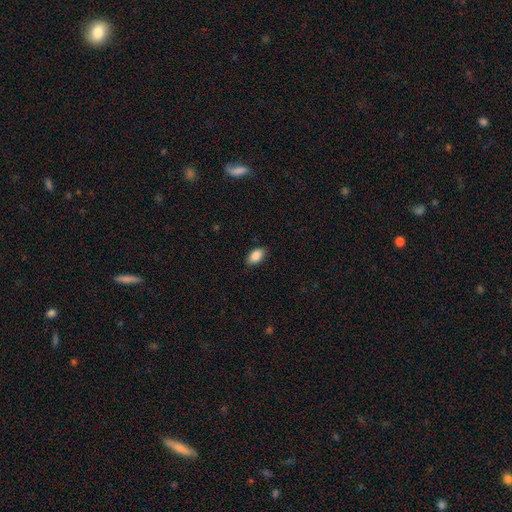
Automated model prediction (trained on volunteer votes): Smooth or featured? smooth (88%)
How rounded? in between (92%)
Merging? none (86%)